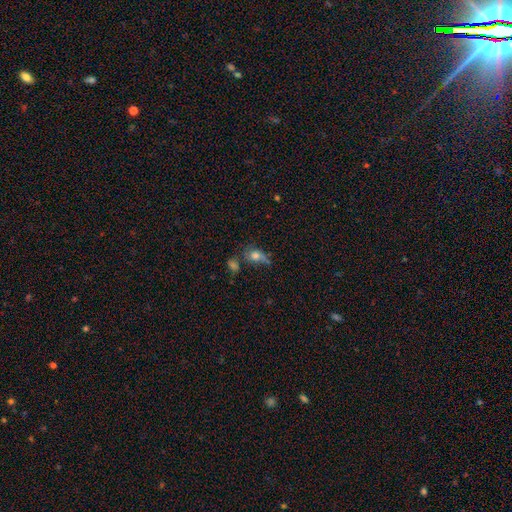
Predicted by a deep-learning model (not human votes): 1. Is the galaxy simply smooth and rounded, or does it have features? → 64% smooth, 22% featured or disk, 14% star or artifact.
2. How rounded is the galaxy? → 57% in between, 39% round, 4% cigar-shaped.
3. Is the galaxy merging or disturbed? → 34% none, 24% minor disturbance, 22% major disturbance, 20% merger.